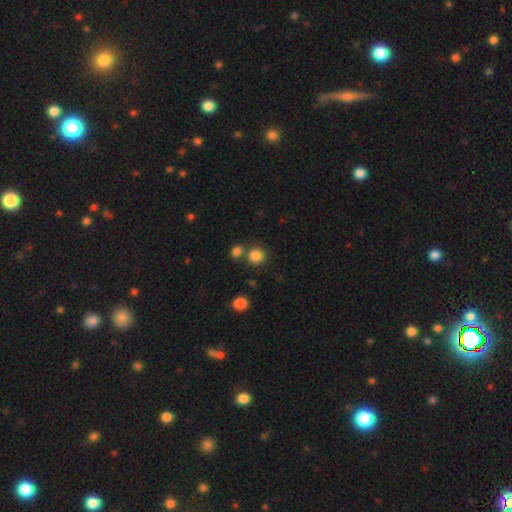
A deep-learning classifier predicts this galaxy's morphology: Smooth or featured?
  - smooth: 84% *
  - star or artifact: 12%
  - featured or disk: 5%
How rounded?
  - round: 89% *
  - in between: 10%
  - cigar-shaped: 1%
Merging?
  - none: 68% *
  - merger: 21%
  - minor disturbance: 8%
  - major disturbance: 3%